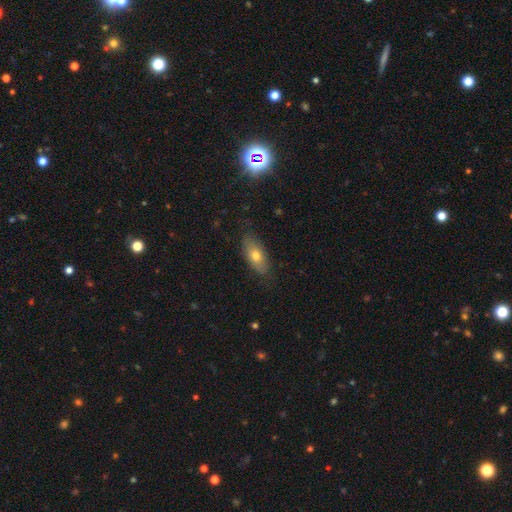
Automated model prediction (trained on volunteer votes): smooth-or-featured: smooth: 70% | featured or disk: 23% | star or artifact: 7%
  how-rounded: in between: 86% | cigar-shaped: 10% | round: 4%
  merging: none: 78% | minor disturbance: 17% | major disturbance: 4% | merger: 1%